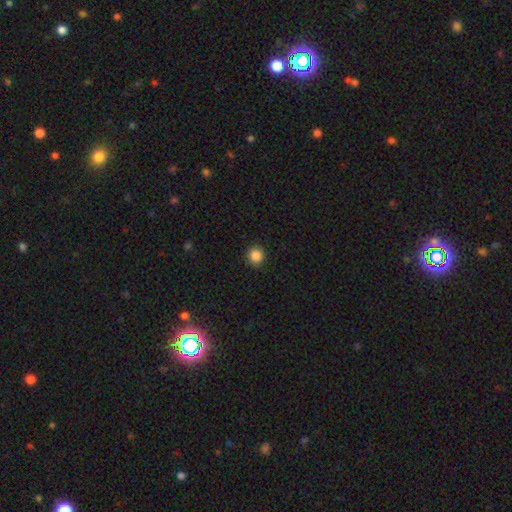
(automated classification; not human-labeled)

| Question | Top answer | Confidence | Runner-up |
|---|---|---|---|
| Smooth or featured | smooth | 87% | star or artifact (10%) |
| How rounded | round | 94% | in between (5%) |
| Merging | none | 92% | minor disturbance (5%) |